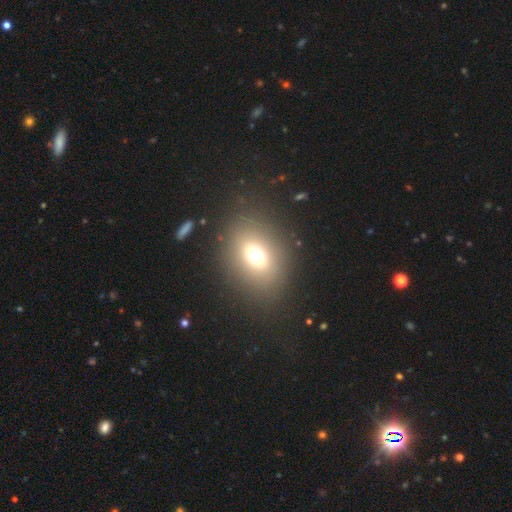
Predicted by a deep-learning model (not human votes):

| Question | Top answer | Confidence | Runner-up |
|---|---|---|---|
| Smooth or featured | smooth | 65% | star or artifact (20%) |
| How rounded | in between | 56% | round (42%) |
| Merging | none | 83% | minor disturbance (9%) |